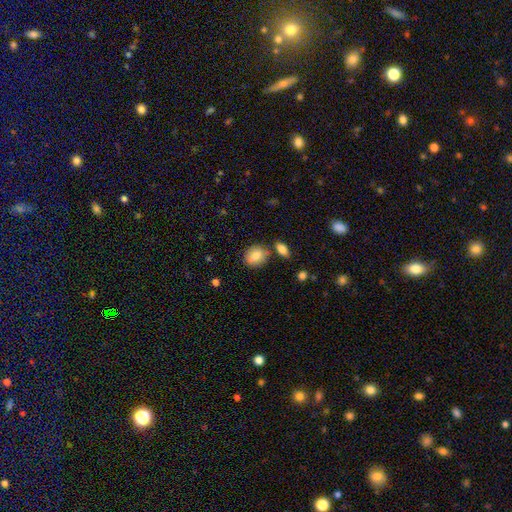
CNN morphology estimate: A smooth galaxy with no disk features (81%) that is round (56%).

Vote fractions:
- Smooth or featured? smooth: 81% / featured or disk: 11% / star or artifact: 8%
- How rounded? round: 56% / in between: 42% / cigar-shaped: 1%
- Merging? none: 74% / minor disturbance: 12% / merger: 12% / major disturbance: 3%